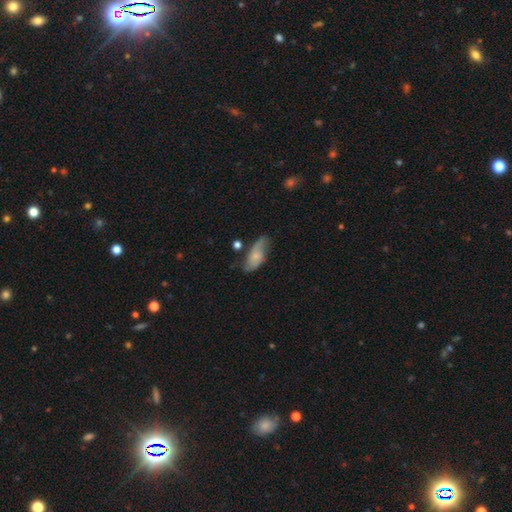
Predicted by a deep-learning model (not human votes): smooth-or-featured: smooth: 53% | featured or disk: 40% | star or artifact: 7%
  how-rounded: in between: 86% | cigar-shaped: 11% | round: 3%
  merging: none: 50% | minor disturbance: 32% | major disturbance: 13% | merger: 5%